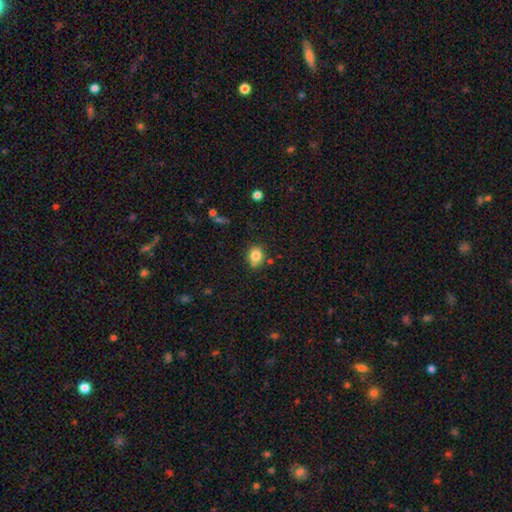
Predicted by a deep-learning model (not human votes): Smooth or featured: smooth — 82% (star or artifact — 11%)
How rounded: round — 70% (in between — 29%)
Merging: none — 72% (minor disturbance — 18%)